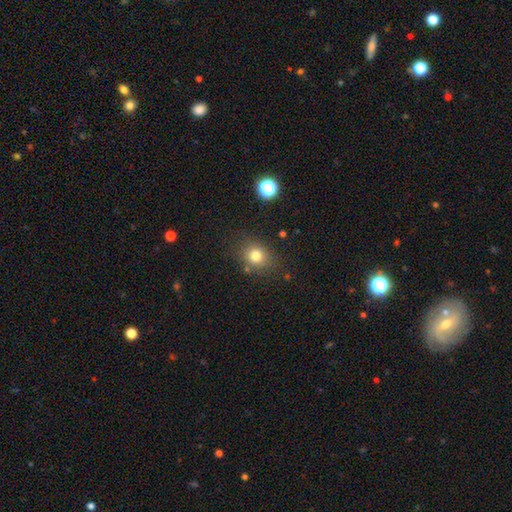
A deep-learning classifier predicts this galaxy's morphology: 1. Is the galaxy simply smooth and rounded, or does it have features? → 78% smooth, 14% star or artifact, 9% featured or disk.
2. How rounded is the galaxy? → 65% round, 34% in between, 1% cigar-shaped.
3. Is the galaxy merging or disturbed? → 79% none, 13% minor disturbance, 4% major disturbance, 4% merger.